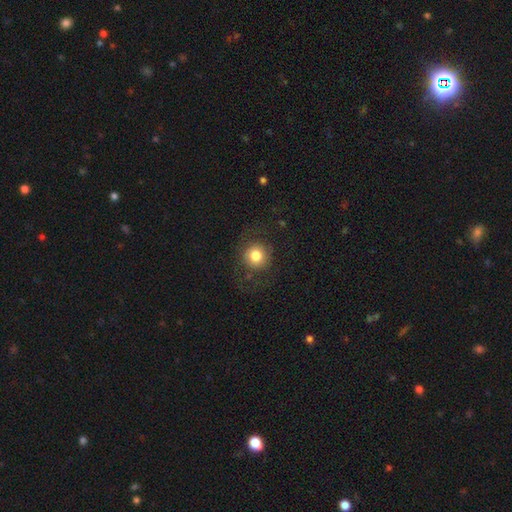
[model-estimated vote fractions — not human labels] This is likely a smooth galaxy (78%). How rounded: clearly round (91%). Merging: likely none (77%).